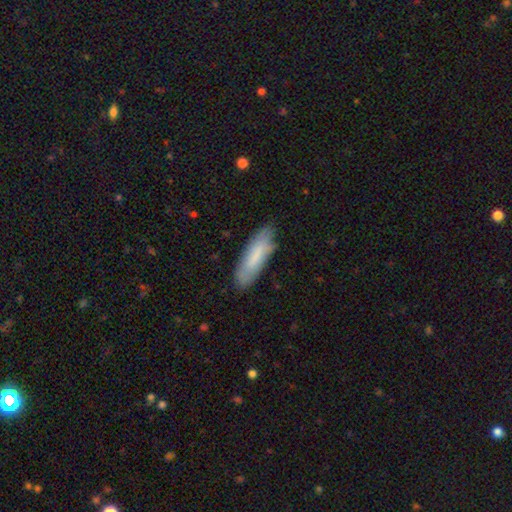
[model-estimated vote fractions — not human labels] Q: Smooth or featured?
A: smooth (75%); runner-up: featured or disk (19%)
Q: How rounded?
A: cigar-shaped (57%); runner-up: in between (42%)
Q: Merging?
A: none (79%); runner-up: minor disturbance (17%)